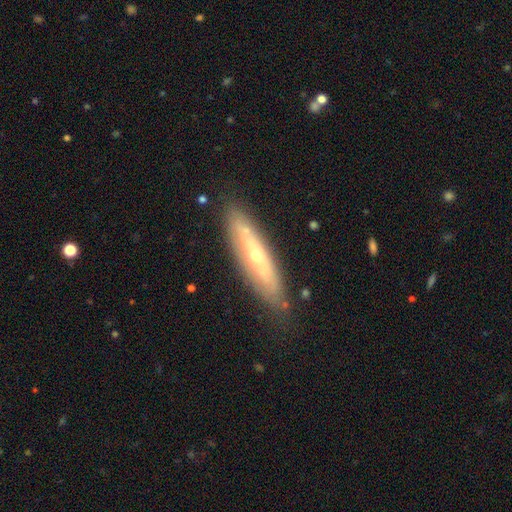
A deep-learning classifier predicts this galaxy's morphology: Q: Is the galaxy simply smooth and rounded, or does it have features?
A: featured or disk — 60%.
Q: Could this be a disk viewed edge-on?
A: no — 51%.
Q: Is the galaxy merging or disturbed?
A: none — 79%.